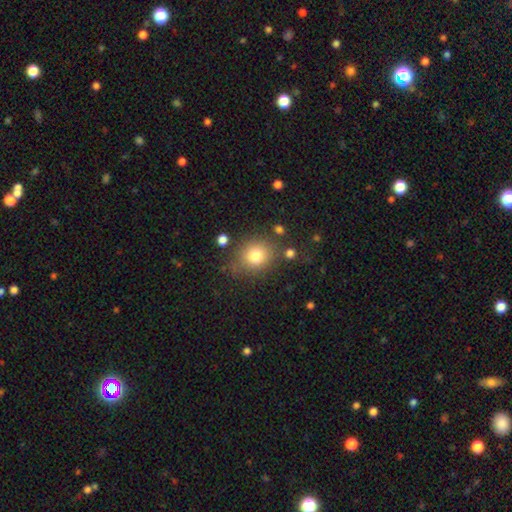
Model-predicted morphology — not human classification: A smooth galaxy with no disk features (79%) that is round (73%). Merging: none (74%).